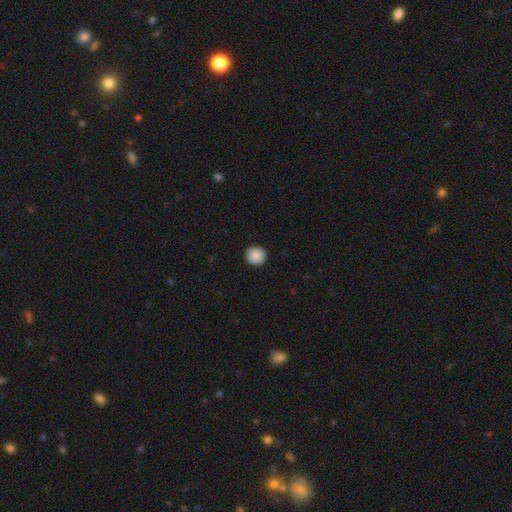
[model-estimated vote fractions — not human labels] smooth 88%, star or artifact 8%, featured or disk 4%. Down the decision tree: how rounded — round (95%); merging — none (93%).